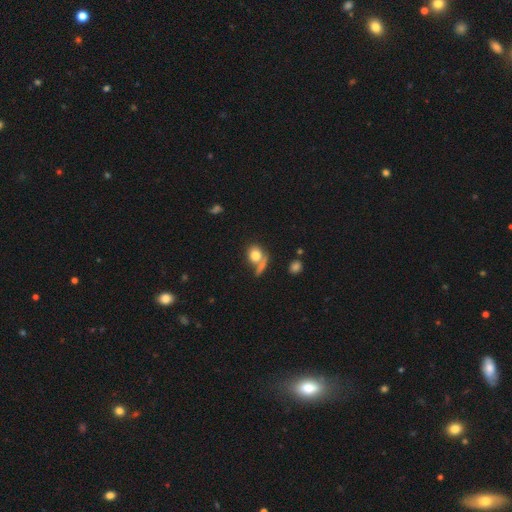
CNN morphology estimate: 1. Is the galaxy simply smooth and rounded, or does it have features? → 79% smooth, 12% featured or disk, 10% star or artifact.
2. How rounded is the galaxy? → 64% round, 33% in between, 3% cigar-shaped.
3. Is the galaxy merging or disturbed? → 46% none, 31% merger, 12% minor disturbance, 10% major disturbance.